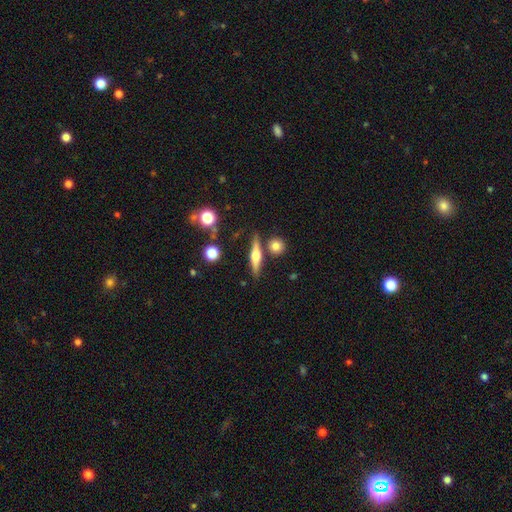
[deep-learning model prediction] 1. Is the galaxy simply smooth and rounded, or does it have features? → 56% featured or disk, 37% smooth, 7% star or artifact.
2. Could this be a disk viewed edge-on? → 94% yes, 6% no.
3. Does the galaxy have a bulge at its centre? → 90% rounded, 6% boxy, 4% none.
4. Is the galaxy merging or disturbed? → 77% none, 11% minor disturbance, 9% merger, 3% major disturbance.